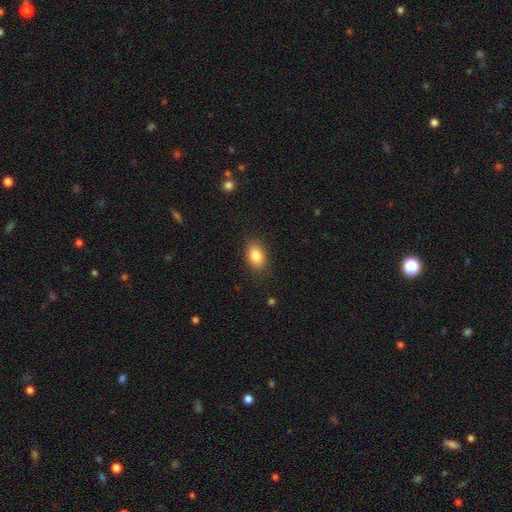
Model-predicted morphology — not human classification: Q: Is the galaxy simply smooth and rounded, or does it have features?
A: smooth — 85%.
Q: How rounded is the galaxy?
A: in between — 86%.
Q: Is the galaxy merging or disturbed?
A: none — 86%.